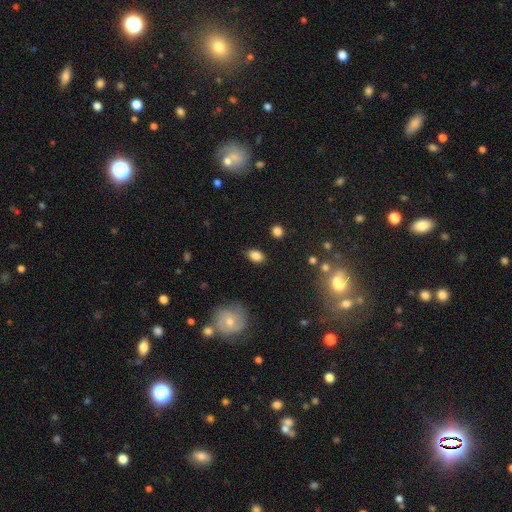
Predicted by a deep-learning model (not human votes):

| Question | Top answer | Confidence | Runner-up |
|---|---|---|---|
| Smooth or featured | smooth | 84% | star or artifact (10%) |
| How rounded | in between | 86% | round (12%) |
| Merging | none | 83% | minor disturbance (12%) |